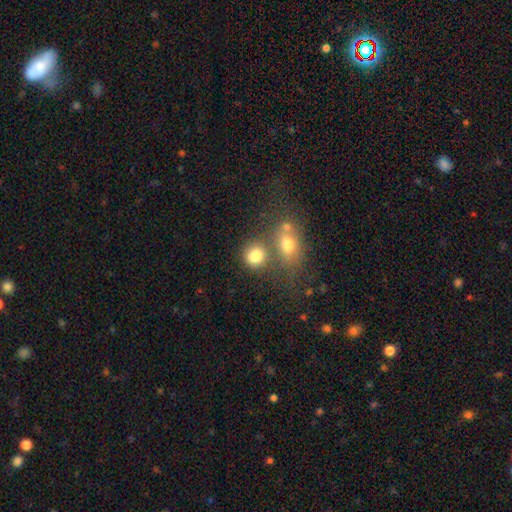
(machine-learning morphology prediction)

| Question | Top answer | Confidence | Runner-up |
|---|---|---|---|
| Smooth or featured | smooth | 78% | star or artifact (12%) |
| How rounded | round | 50% | in between (48%) |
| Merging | none | 44% | merger (37%) |